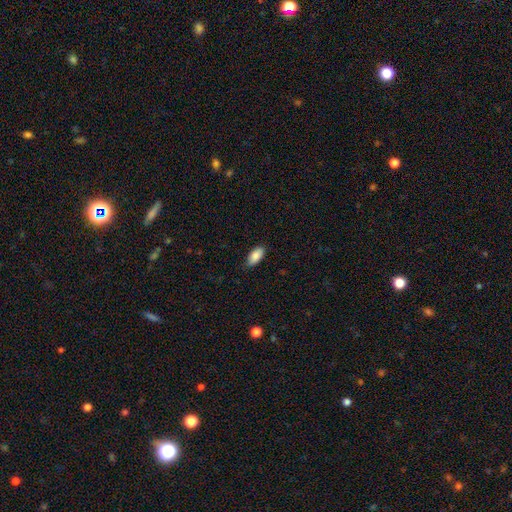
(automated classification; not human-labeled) Smooth or featured? Predicted: smooth (p=0.87). How rounded? Predicted: in between (p=0.93). Merging? Predicted: none (p=0.82).